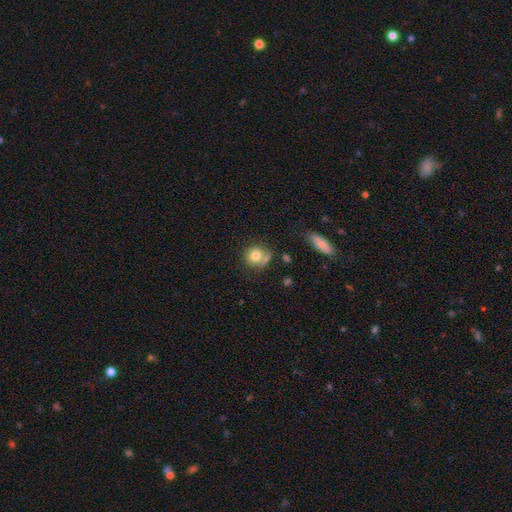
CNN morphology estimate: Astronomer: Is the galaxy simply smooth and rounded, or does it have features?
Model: smooth — 78%.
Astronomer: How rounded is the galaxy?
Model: round — 82%.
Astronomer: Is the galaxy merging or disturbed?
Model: none — 56%.